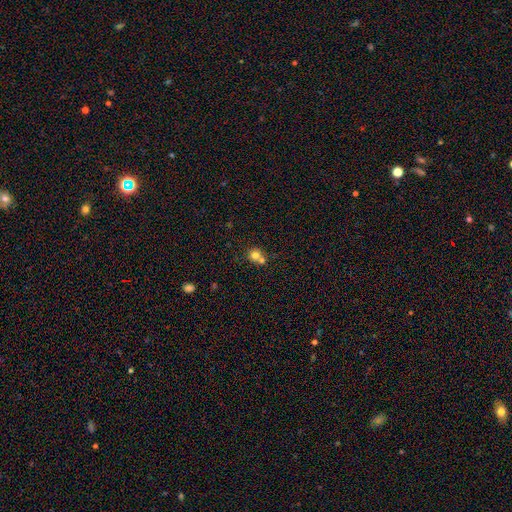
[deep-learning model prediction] Smooth or featured: smooth — 75% (star or artifact — 13%)
How rounded: round — 85% (in between — 14%)
Merging: merger — 47% (none — 44%)